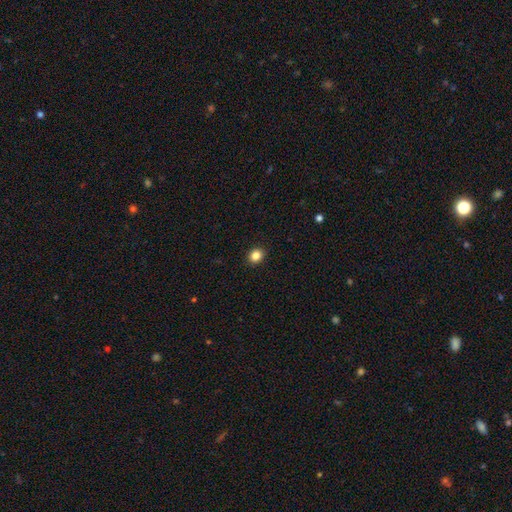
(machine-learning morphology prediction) Q: Smooth or featured?
A: smooth (85%); runner-up: star or artifact (11%)
Q: How rounded?
A: round (66%); runner-up: in between (33%)
Q: Merging?
A: none (92%); runner-up: minor disturbance (6%)